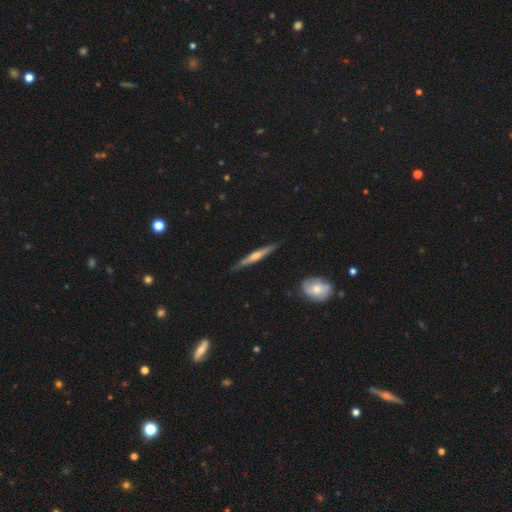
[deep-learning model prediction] Smooth or featured?
  - featured or disk: 66% *
  - smooth: 29%
  - star or artifact: 5%
Edge-on disk?
  - yes: 96% *
  - no: 4%
Edge-on bulge?
  - rounded: 74% *
  - none: 18%
  - boxy: 8%
Merging?
  - none: 84% *
  - minor disturbance: 12%
  - major disturbance: 2%
  - merger: 2%